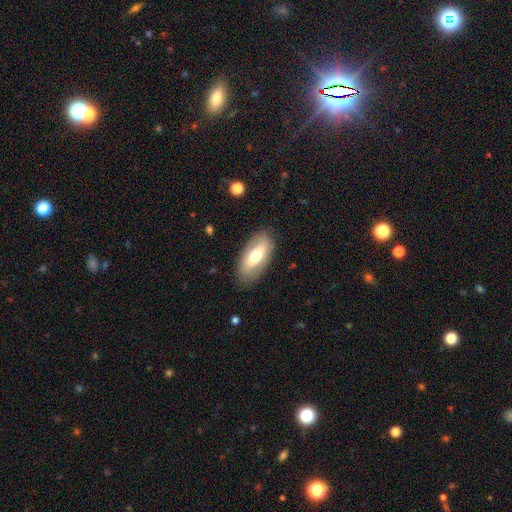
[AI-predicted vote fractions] Q: Smooth or featured?
A: smooth (57%); runner-up: featured or disk (37%)
Q: How rounded?
A: in between (88%); runner-up: cigar-shaped (9%)
Q: Merging?
A: none (84%); runner-up: minor disturbance (11%)